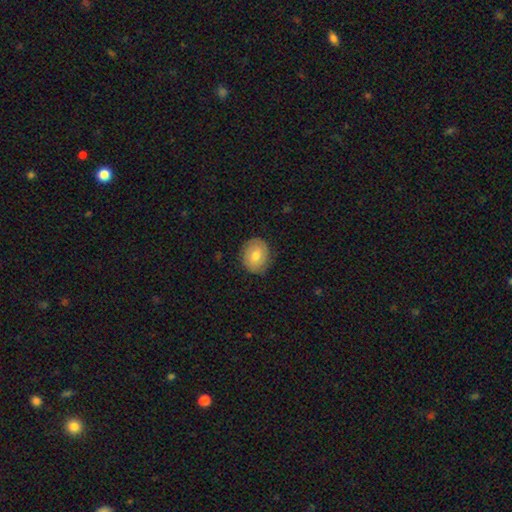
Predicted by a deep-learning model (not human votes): A smooth galaxy with no disk features (56%) that is round (65%). Merging: none (83%).